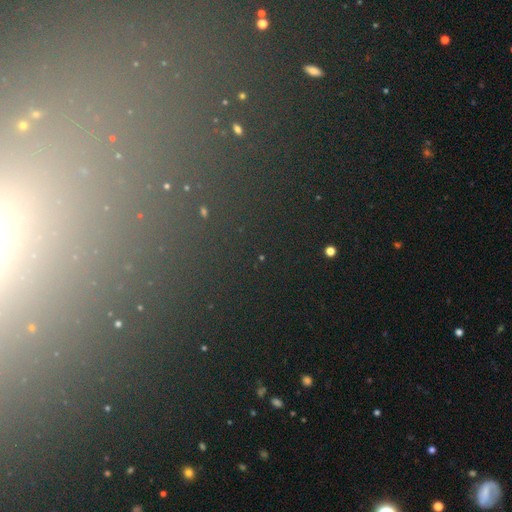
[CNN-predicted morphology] Smooth or featured?
  - star or artifact: 72% *
  - smooth: 16%
  - featured or disk: 12%